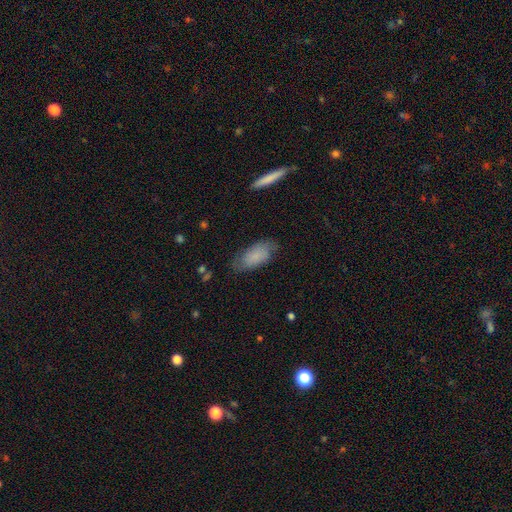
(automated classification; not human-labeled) This is likely a smooth galaxy (76%). How rounded: clearly in between (90%). Merging: likely none (72%).